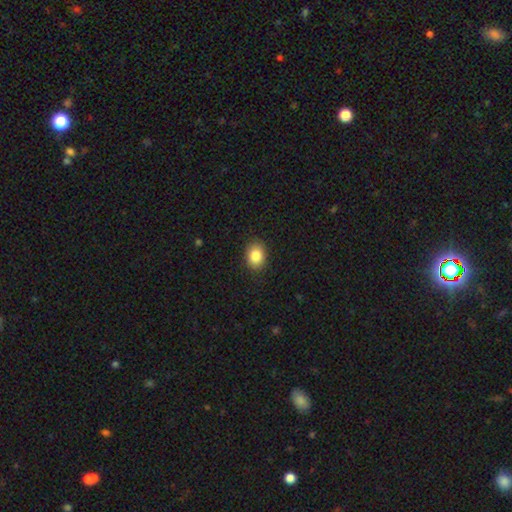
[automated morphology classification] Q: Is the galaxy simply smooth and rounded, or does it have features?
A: smooth — 85%.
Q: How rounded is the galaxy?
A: in between — 55%.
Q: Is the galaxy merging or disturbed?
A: none — 89%.